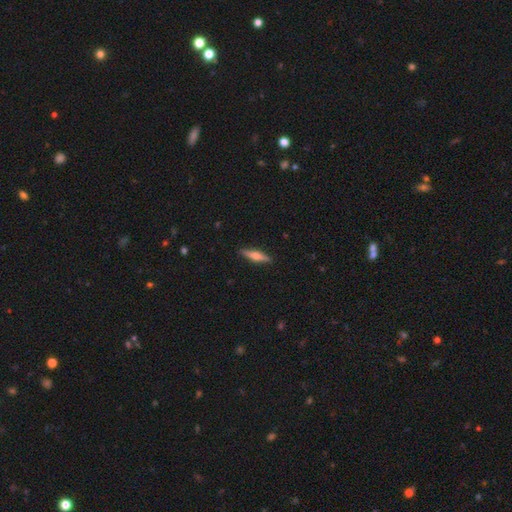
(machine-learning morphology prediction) A featured or disk galaxy (50%). Merging: none (90%).